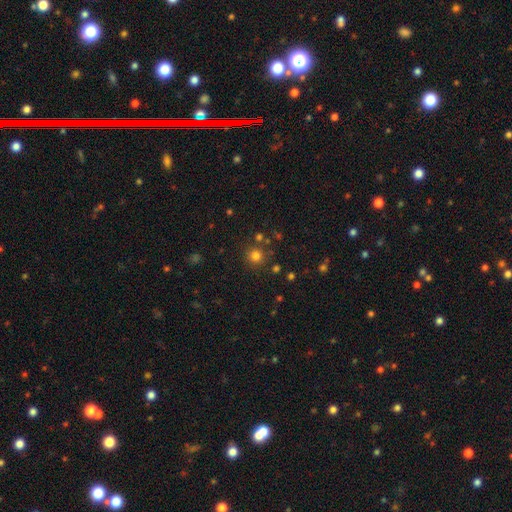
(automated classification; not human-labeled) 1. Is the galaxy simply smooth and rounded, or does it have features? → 78% smooth, 16% star or artifact, 6% featured or disk.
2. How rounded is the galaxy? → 93% round, 6% in between, 1% cigar-shaped.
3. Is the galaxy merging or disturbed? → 83% none, 8% minor disturbance, 6% merger, 3% major disturbance.